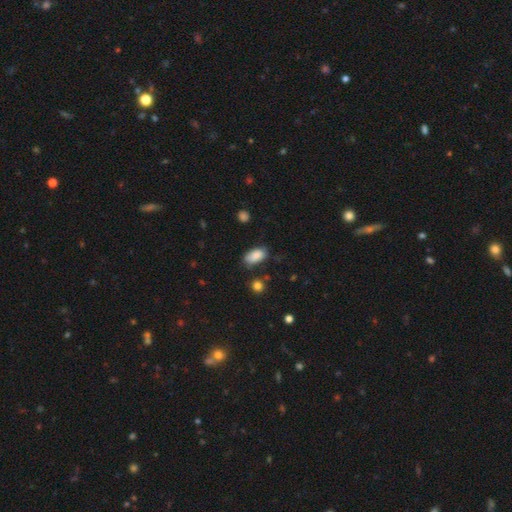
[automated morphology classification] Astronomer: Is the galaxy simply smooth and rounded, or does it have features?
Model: smooth — 86%.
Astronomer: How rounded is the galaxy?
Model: in between — 92%.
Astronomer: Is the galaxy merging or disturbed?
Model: none — 68%.